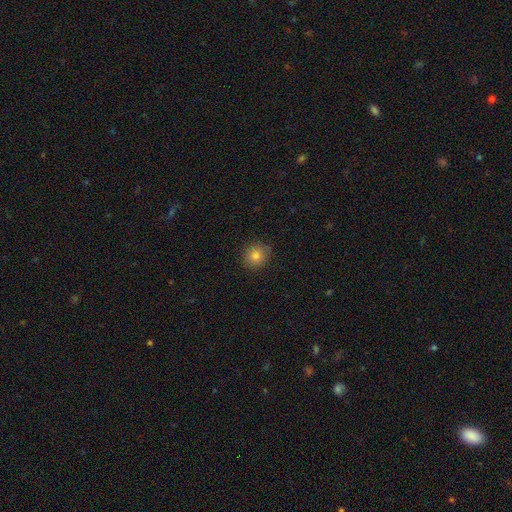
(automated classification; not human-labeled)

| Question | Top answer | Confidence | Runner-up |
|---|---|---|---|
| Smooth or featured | smooth | 81% | star or artifact (12%) |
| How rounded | round | 88% | in between (11%) |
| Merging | none | 88% | minor disturbance (9%) |